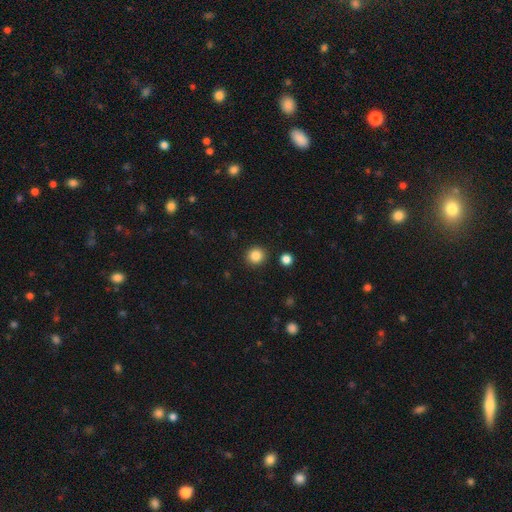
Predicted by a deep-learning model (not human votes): Smooth or featured: smooth — 85% (star or artifact — 11%)
How rounded: round — 92% (in between — 7%)
Merging: none — 91% (minor disturbance — 5%)